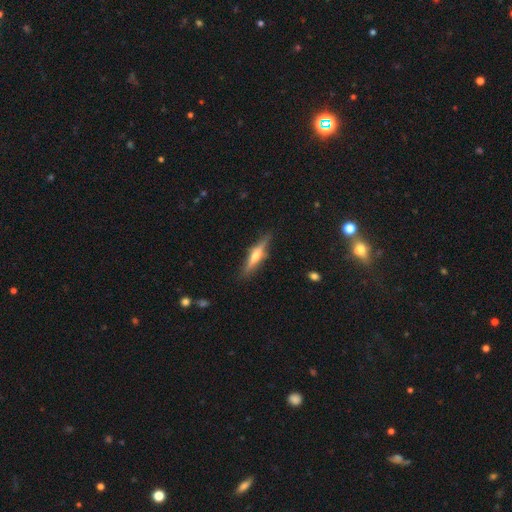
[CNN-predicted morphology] Q: Smooth or featured?
A: featured or disk (64%); runner-up: smooth (30%)
Q: Edge-on disk?
A: yes (96%); runner-up: no (4%)
Q: Edge-on bulge?
A: rounded (86%); runner-up: boxy (8%)
Q: Merging?
A: none (84%); runner-up: minor disturbance (11%)